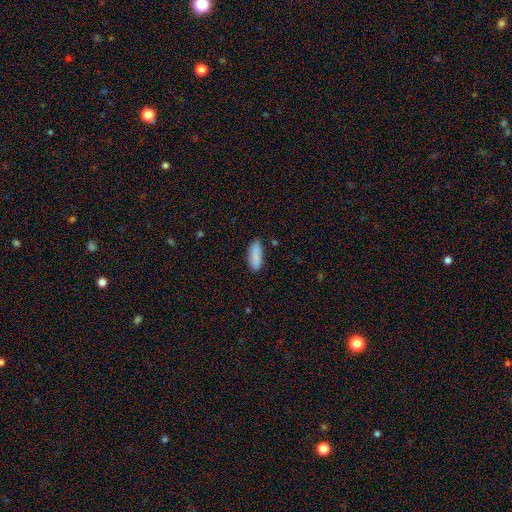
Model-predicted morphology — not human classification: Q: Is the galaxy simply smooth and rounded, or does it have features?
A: smooth — 88%.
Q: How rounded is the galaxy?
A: in between — 75%.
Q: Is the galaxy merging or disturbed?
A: none — 81%.